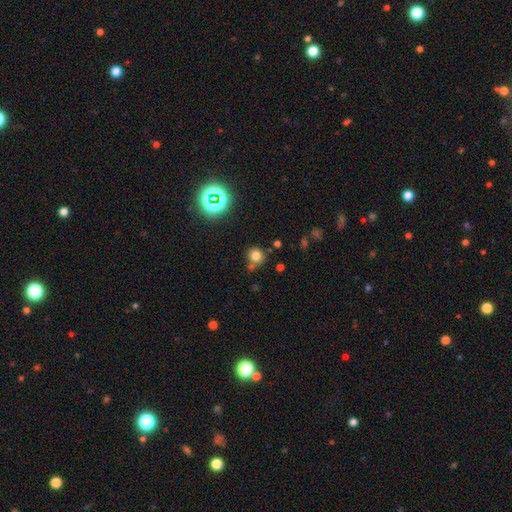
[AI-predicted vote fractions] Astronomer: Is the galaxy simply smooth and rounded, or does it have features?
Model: smooth — 74%.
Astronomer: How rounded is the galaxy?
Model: round — 89%.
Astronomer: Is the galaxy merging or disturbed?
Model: none — 69%.